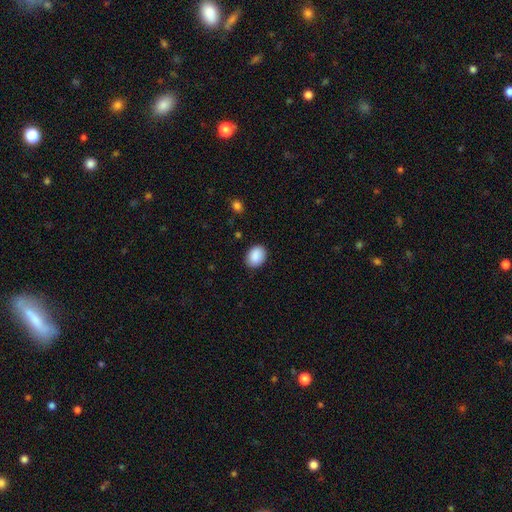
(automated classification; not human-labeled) Smooth or featured?
  - smooth: 90% *
  - star or artifact: 7%
  - featured or disk: 3%
How rounded?
  - in between: 66% *
  - round: 33%
  - cigar-shaped: 1%
Merging?
  - none: 86% *
  - minor disturbance: 10%
  - major disturbance: 2%
  - merger: 1%